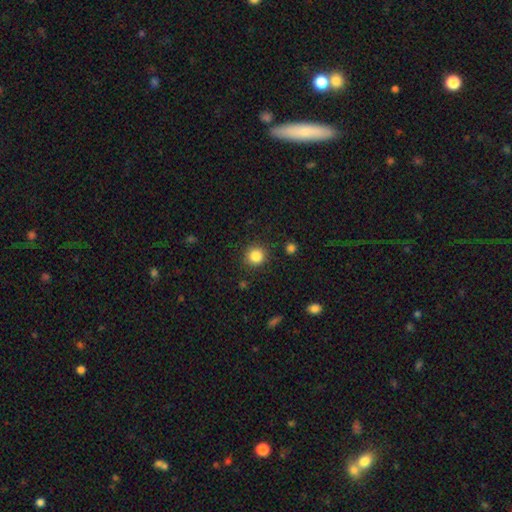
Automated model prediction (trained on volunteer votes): This is clearly a smooth galaxy (85%). How rounded: clearly round (91%). Merging: clearly none (89%).